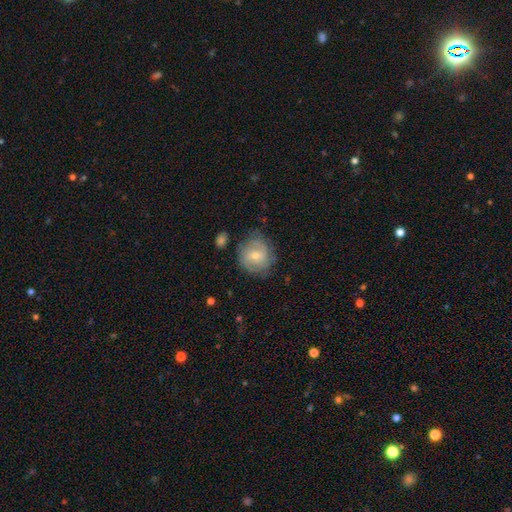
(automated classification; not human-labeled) Morphology: type=featured or disk (47%); merging=none (70%).